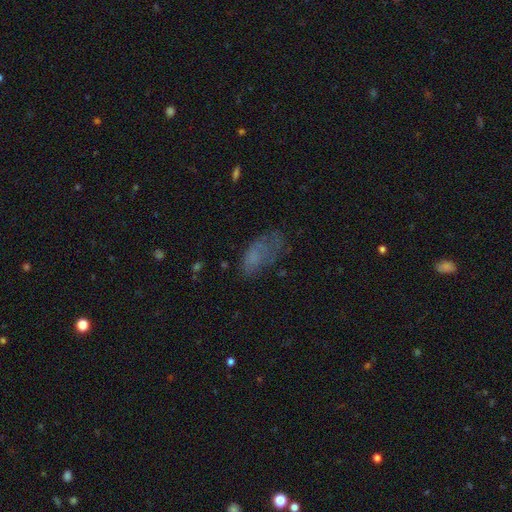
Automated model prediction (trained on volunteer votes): smooth_or_featured: smooth (p=0.61) [alt: featured or disk p=0.24]
how_rounded: in between (p=0.88) [alt: cigar-shaped p=0.07]
merging: none (p=0.42) [alt: minor disturbance p=0.28]